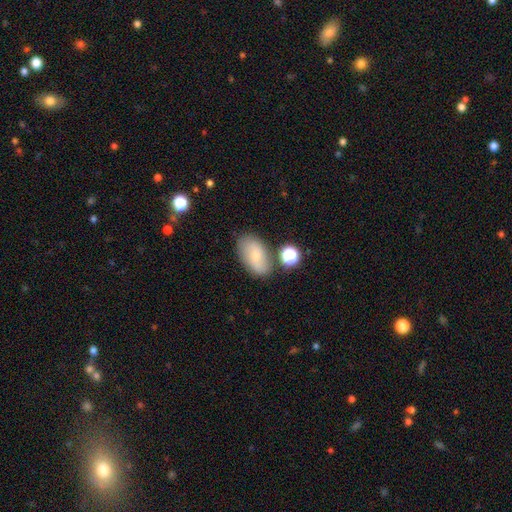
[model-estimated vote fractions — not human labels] Morphology: type=smooth (61%); roundness=in between (89%); merging=none (72%).